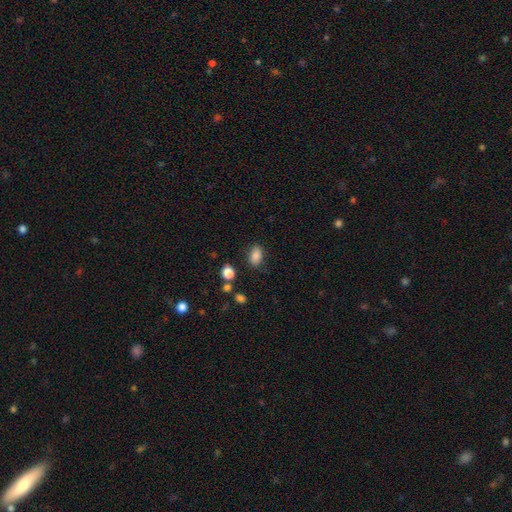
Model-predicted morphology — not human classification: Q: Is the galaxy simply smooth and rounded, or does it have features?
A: smooth — 85%.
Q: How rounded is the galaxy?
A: in between — 86%.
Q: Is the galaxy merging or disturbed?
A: none — 81%.